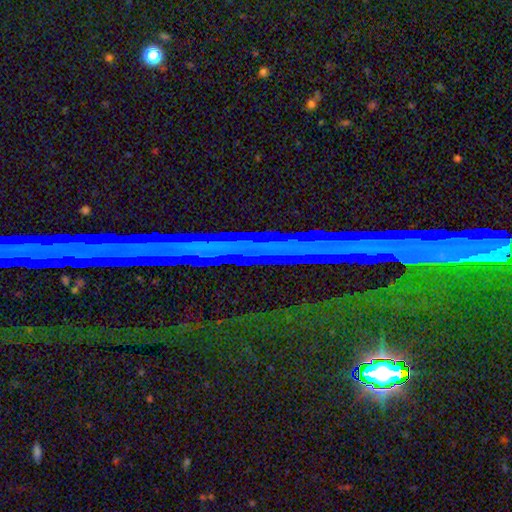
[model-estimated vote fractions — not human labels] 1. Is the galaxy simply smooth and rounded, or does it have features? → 84% star or artifact, 9% featured or disk, 7% smooth.